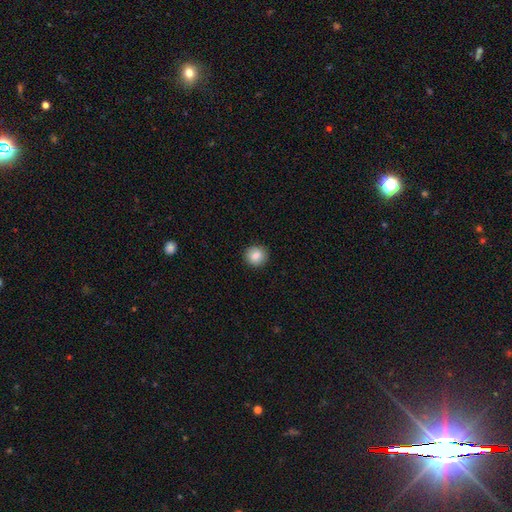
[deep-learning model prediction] This appears to be a smooth galaxy with no disk features (86%) that is round (92%). Merging: none (91%).